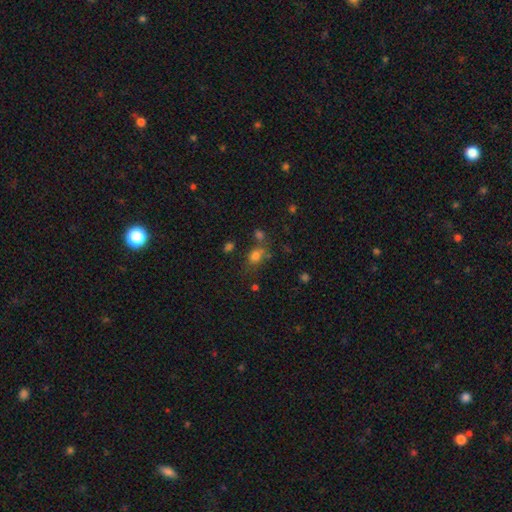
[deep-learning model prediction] smooth-or-featured: smooth: 74% | star or artifact: 17% | featured or disk: 9%
  how-rounded: in between: 54% | round: 44% | cigar-shaped: 2%
  merging: none: 58% | merger: 18% | minor disturbance: 17% | major disturbance: 8%